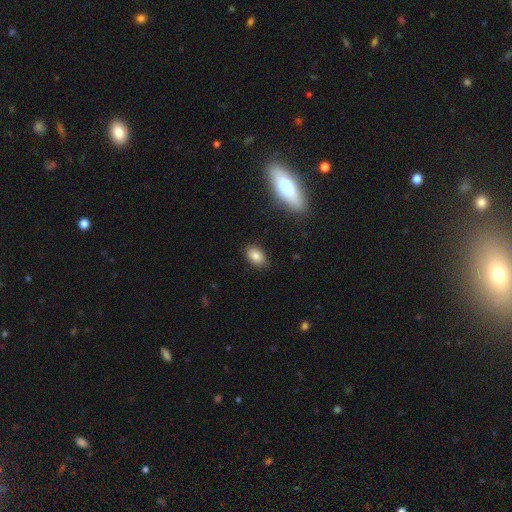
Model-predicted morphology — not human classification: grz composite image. It shows a smooth galaxy with no disk features (83%) that is in between round and cigar-shaped (86%). Merging: none (86%).